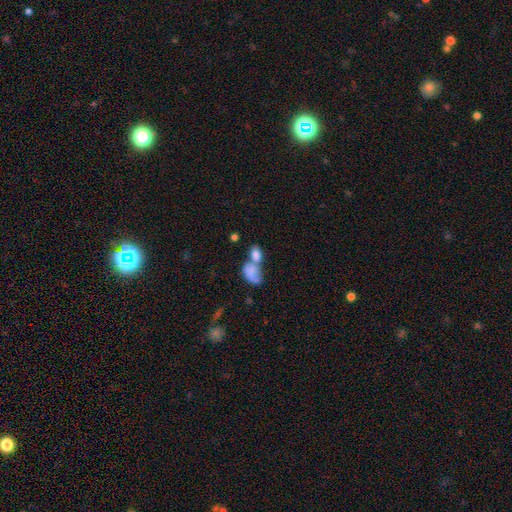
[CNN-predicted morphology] The model was most divided on "merging": merger: 70%, none: 16%, major disturbance: 7%, minor disturbance: 7%. More confident: how rounded — in between (83%); smooth or featured — smooth (77%).